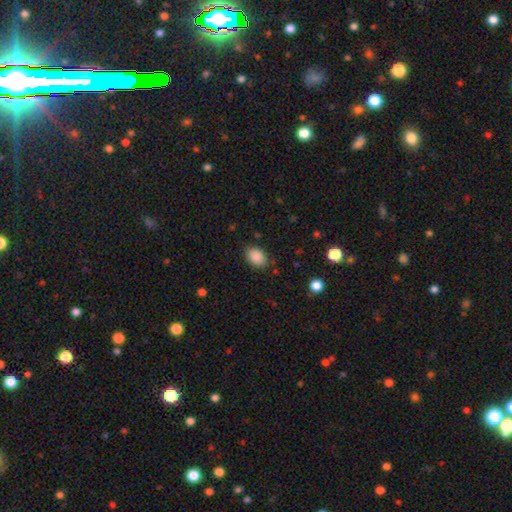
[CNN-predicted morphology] Overall: smooth (87%). How rounded: in between (78%). Merging: none (83%).